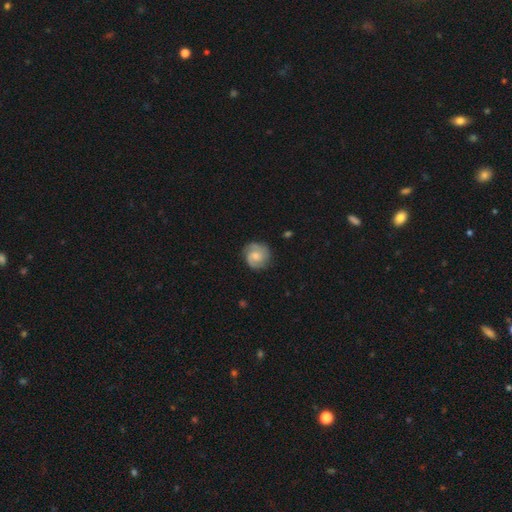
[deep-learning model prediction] This is likely a featured or disk galaxy (67%). It is clearly not viewed edge-on (98%). Bar: likely no (61%). Spiral arm pattern: clearly yes (94%). Spiral arm count: likely 2 (78%). Spiral winding: possibly tight (46%). Central bulge: possibly moderate (49%). Merging: clearly none (81%).